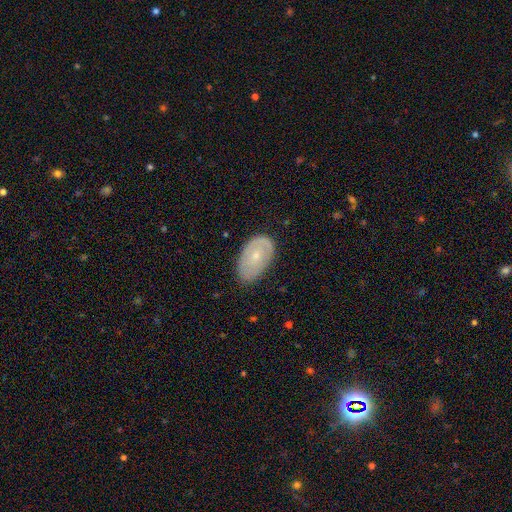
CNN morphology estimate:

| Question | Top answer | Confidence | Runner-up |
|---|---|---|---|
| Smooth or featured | smooth | 47% | featured or disk (46%) |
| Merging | none | 73% | minor disturbance (21%) |